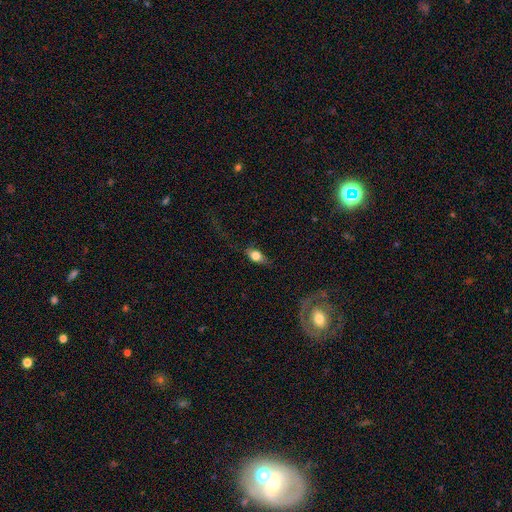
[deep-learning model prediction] Morphology: type=smooth (67%); roundness=in between (72%); merging=none (58%).